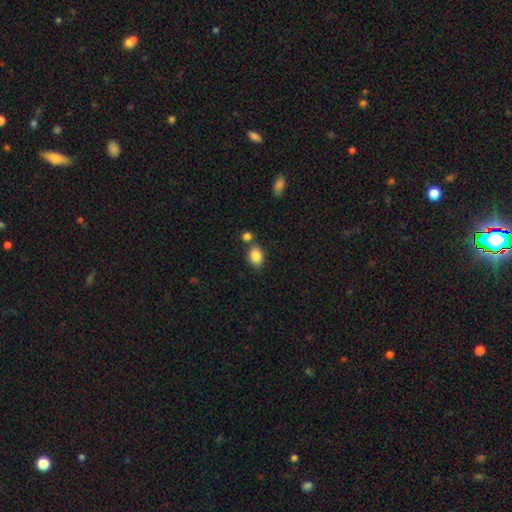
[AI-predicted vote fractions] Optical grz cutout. It shows a smooth galaxy with no disk features (86%) that is in between round and cigar-shaped (73%). Merging: none (64%).